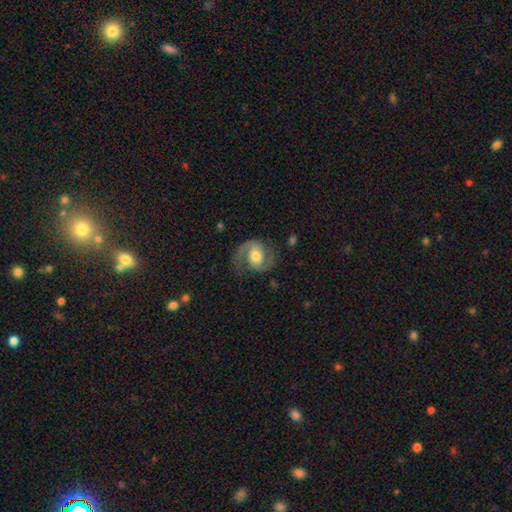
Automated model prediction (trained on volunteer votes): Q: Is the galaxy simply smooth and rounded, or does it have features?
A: featured or disk — 83%.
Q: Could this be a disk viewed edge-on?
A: no — 98%.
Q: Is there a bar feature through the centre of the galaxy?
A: no — 51%.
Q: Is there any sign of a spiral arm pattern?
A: yes — 96%.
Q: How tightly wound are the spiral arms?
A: medium — 57%.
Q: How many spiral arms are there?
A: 2 — 91%.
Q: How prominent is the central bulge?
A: moderate — 64%.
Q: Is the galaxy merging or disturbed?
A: none — 75%.